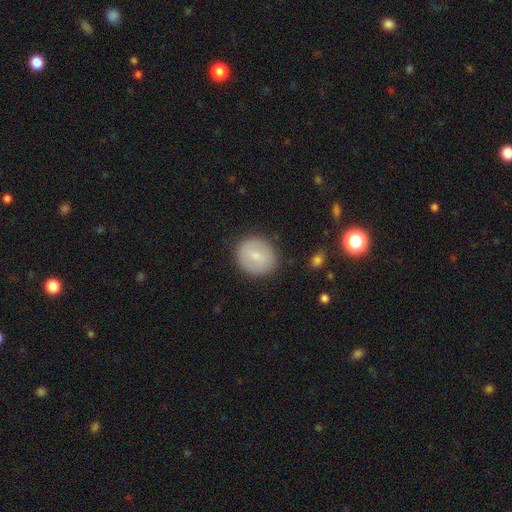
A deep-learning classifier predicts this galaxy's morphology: A smooth galaxy with no disk features (69%) that is round (78%).

Vote fractions:
- Smooth or featured? smooth: 69% / featured or disk: 23% / star or artifact: 7%
- How rounded? round: 78% / in between: 21% / cigar-shaped: 1%
- Merging? none: 86% / minor disturbance: 10% / major disturbance: 3% / merger: 1%